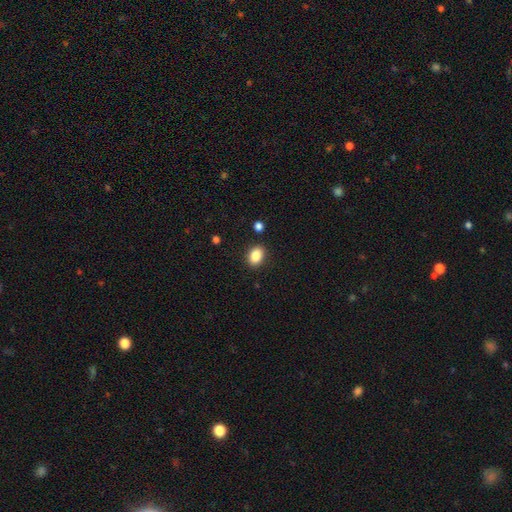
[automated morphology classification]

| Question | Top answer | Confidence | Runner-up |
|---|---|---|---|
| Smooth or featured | smooth | 86% | star or artifact (9%) |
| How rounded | in between | 74% | round (24%) |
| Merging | none | 88% | minor disturbance (8%) |